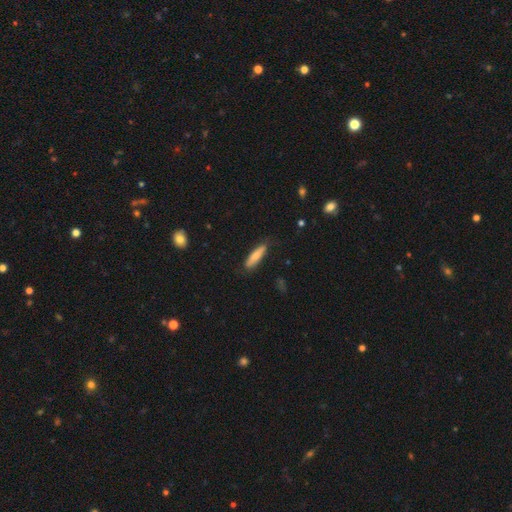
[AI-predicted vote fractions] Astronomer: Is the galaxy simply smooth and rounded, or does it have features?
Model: smooth — 73%.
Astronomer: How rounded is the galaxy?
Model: cigar-shaped — 71%.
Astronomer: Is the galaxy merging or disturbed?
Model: none — 80%.